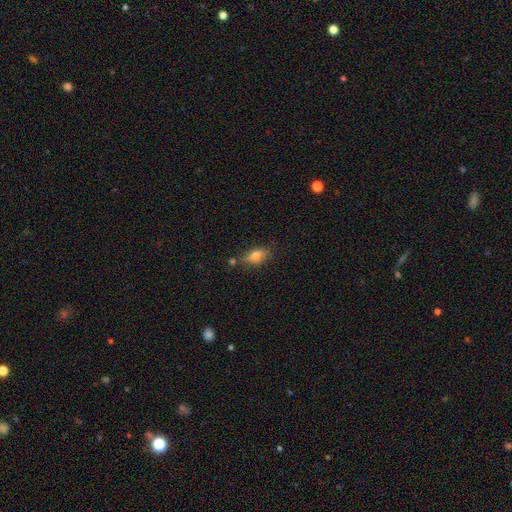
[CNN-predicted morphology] Overall: smooth (68%). How rounded: in between (78%). Merging: none (65%).